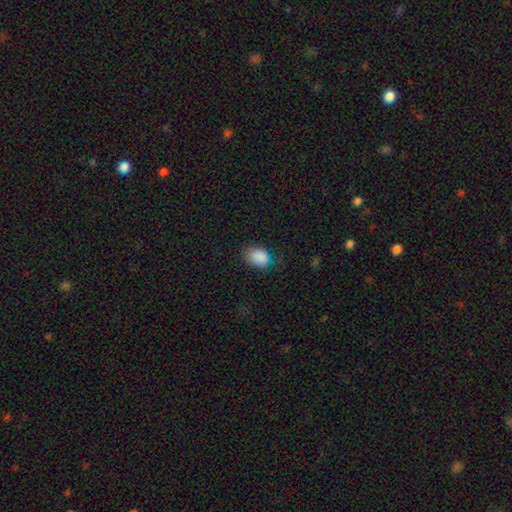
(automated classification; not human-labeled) Smooth or featured? Predicted: smooth (p=0.86). How rounded? Predicted: in between (p=0.77). Merging? Predicted: none (p=0.78).